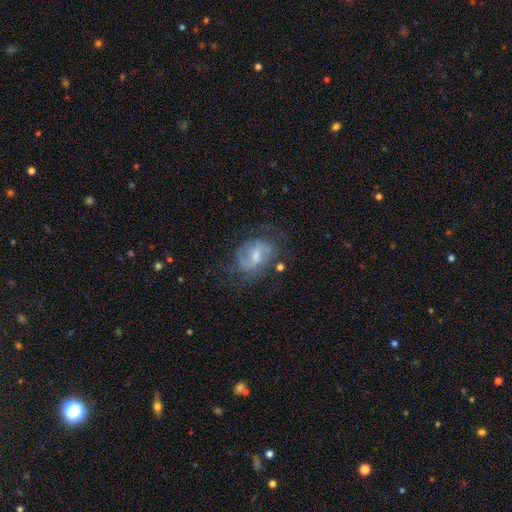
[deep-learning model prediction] Overall: featured or disk (66%; smooth 26%). Edge-on disk: no (96%). Bar: weak (55%; no 29%). Spiral arms: yes (78%). Bulge size: moderate (42%; small 40%). Merging: none (55%; minor disturbance 24%).